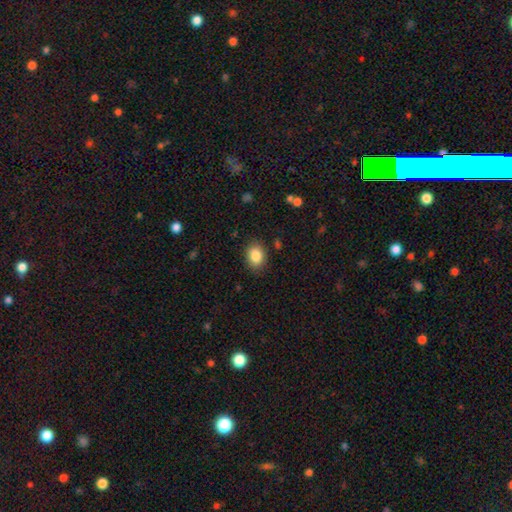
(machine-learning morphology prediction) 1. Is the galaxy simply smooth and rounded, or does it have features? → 86% smooth, 8% star or artifact, 6% featured or disk.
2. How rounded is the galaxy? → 68% in between, 31% round, 1% cigar-shaped.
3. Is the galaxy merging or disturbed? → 85% none, 11% minor disturbance, 3% major disturbance, 1% merger.